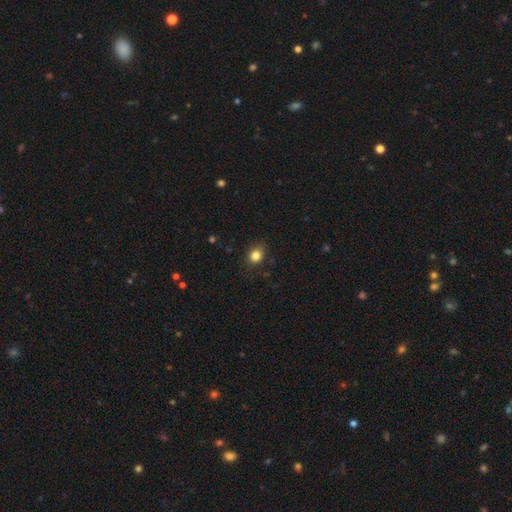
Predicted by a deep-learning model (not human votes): Q: Smooth or featured?
A: smooth (83%); runner-up: star or artifact (11%)
Q: How rounded?
A: round (66%); runner-up: in between (33%)
Q: Merging?
A: none (83%); runner-up: minor disturbance (13%)